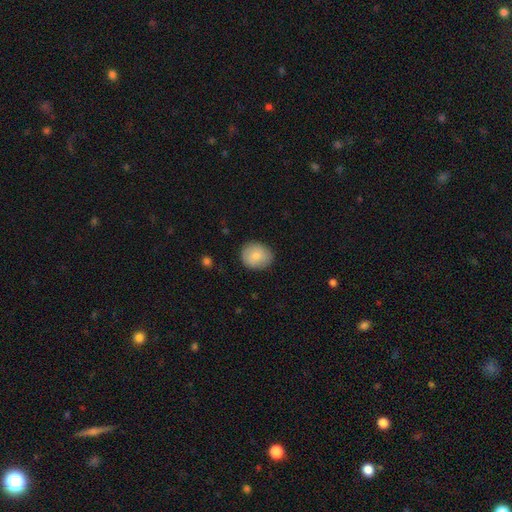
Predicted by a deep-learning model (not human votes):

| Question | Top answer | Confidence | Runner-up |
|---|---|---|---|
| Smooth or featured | smooth | 83% | featured or disk (10%) |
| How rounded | round | 74% | in between (25%) |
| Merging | none | 84% | minor disturbance (13%) |